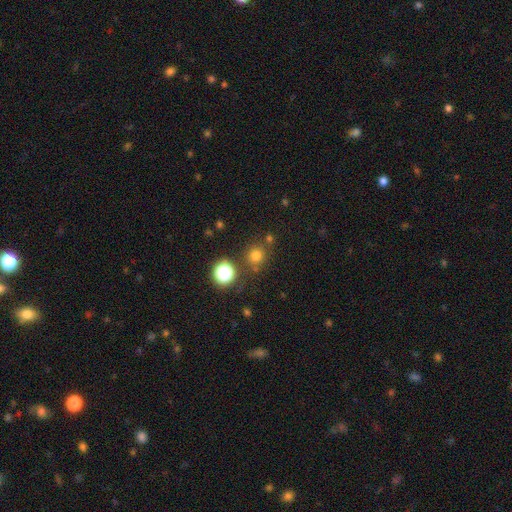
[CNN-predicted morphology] This is likely a smooth galaxy (72%). How rounded: clearly round (89%). Merging: likely none (78%).